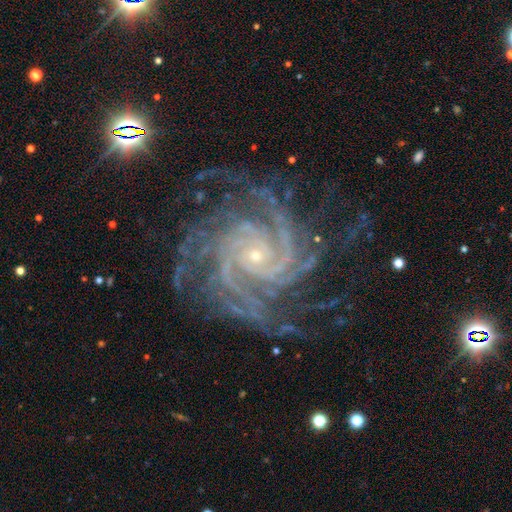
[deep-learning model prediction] Smooth or featured: featured or disk — 92% (star or artifact — 5%)
Edge-on disk: no — 98% (yes — 2%)
Bar: no — 72% (weak — 18%)
Spiral arms: yes — 99% (no — 1%)
Spiral winding: tight — 73% (medium — 24%)
Spiral arm count: 4 — 26% (more than 4 — 21%)
Bulge size: small — 86% (moderate — 10%)
Merging: none — 73% (minor disturbance — 17%)